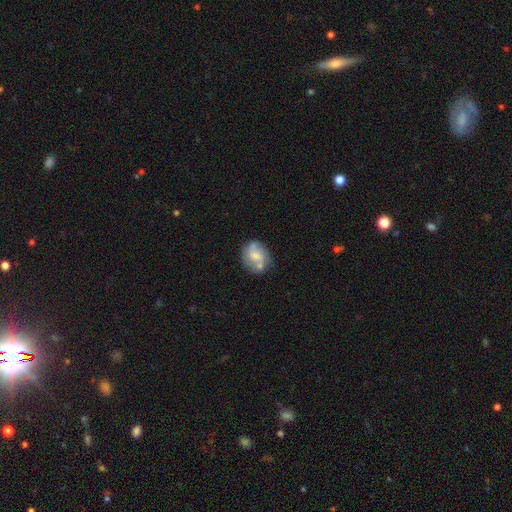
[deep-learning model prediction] Smooth or featured: featured or disk — 51% (smooth — 41%)
Edge-on disk: no — 97% (yes — 3%)
Merging: none — 53% (minor disturbance — 22%)